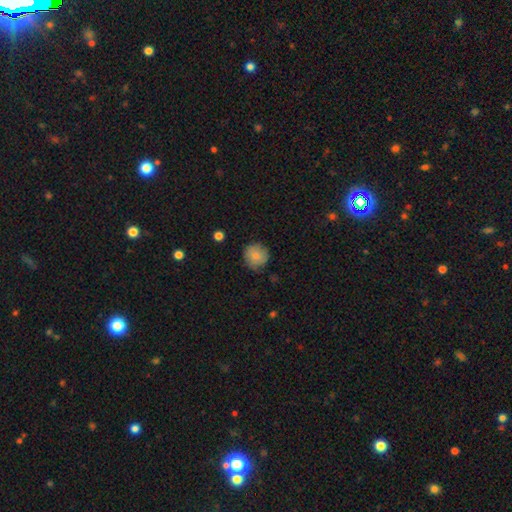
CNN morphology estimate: Smooth or featured? Predicted: smooth (p=0.81). How rounded? Predicted: round (p=0.92). Merging? Predicted: none (p=0.79).